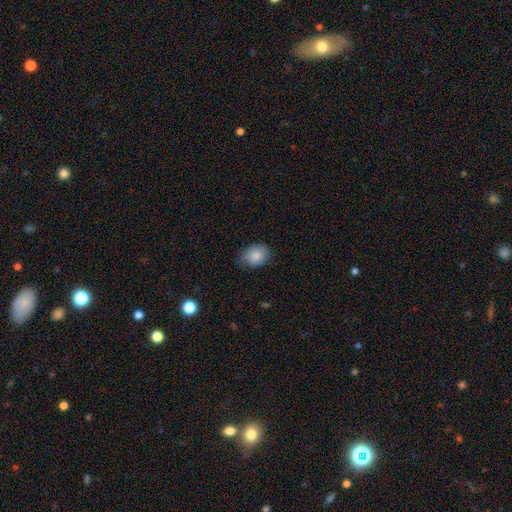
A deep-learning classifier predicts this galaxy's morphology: This appears to be a smooth galaxy with no disk features (85%) that is in between round and cigar-shaped (61%). Merging: none (64%).